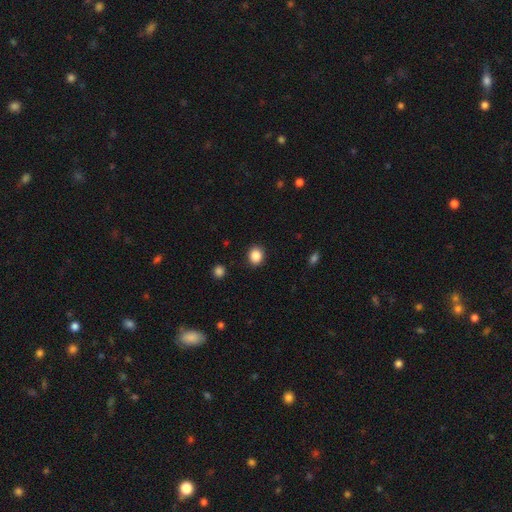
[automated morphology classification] smooth 87%, star or artifact 10%, featured or disk 4%. Down the decision tree: how rounded — round (71%); merging — none (90%).